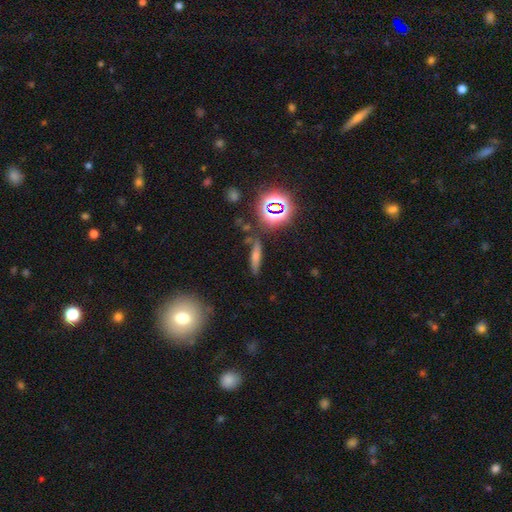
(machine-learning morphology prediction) This appears to be a smooth galaxy with no disk features (43%). Merging: none (79%).